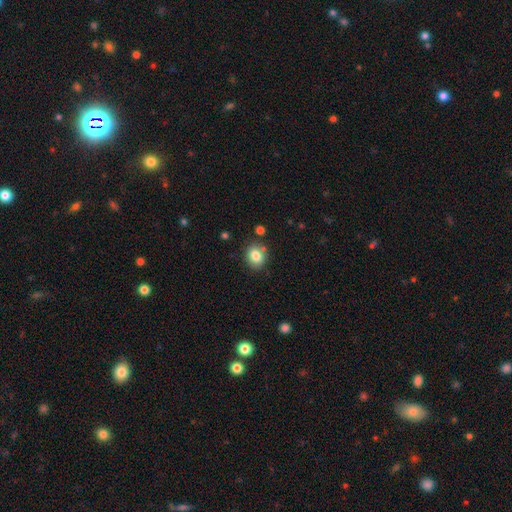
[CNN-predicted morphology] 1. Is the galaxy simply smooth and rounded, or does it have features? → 82% smooth, 10% star or artifact, 8% featured or disk.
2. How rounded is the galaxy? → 63% round, 36% in between, 1% cigar-shaped.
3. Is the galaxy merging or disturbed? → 80% none, 12% minor disturbance, 6% merger, 3% major disturbance.